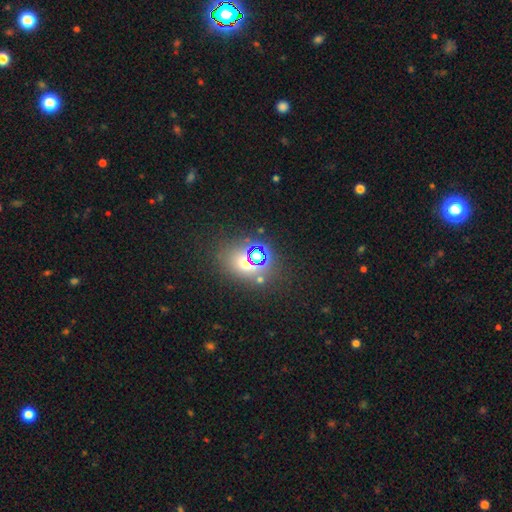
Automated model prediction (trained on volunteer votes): smooth_or_featured: star or artifact (p=0.53) [alt: smooth p=0.36]